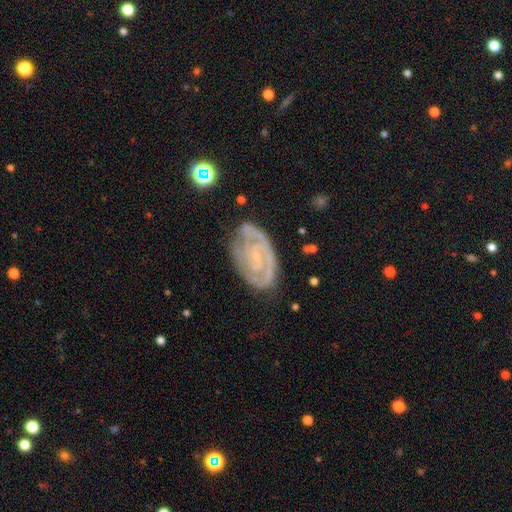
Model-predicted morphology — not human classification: Smooth or featured? Predicted: featured or disk (p=0.78). Edge-on disk? Predicted: no (p=0.96). Bar? Predicted: no (p=0.59). Spiral arms? Predicted: yes (p=0.86). Spiral winding? Predicted: tight (p=0.65). Spiral arm count? Predicted: 2 (p=0.43). Bulge size? Predicted: small (p=0.70). Merging? Predicted: none (p=0.69).